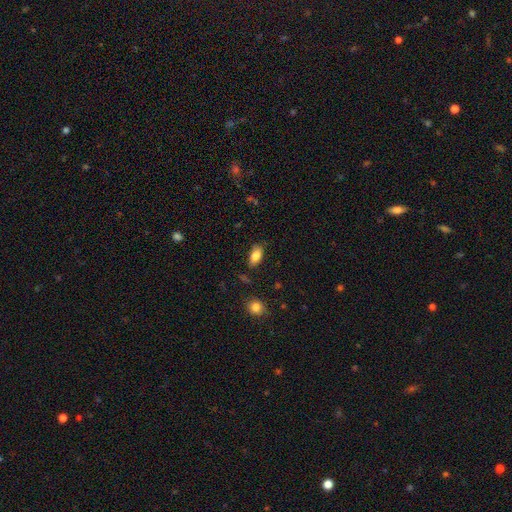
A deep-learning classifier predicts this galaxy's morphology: Smooth or featured? Predicted: smooth (p=0.82). How rounded? Predicted: in between (p=0.89). Merging? Predicted: none (p=0.82).